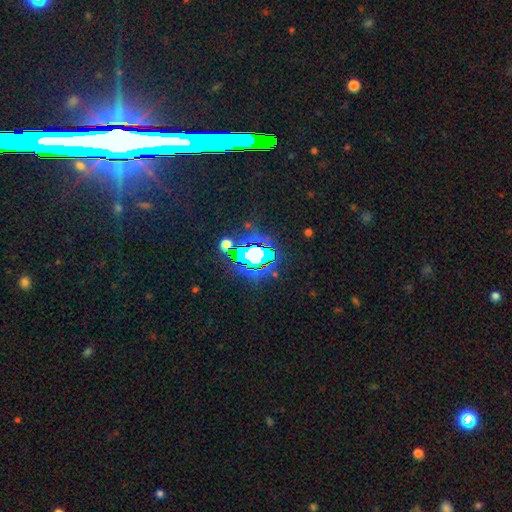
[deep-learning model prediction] This is likely a star or artifact rather than a galaxy (67%).